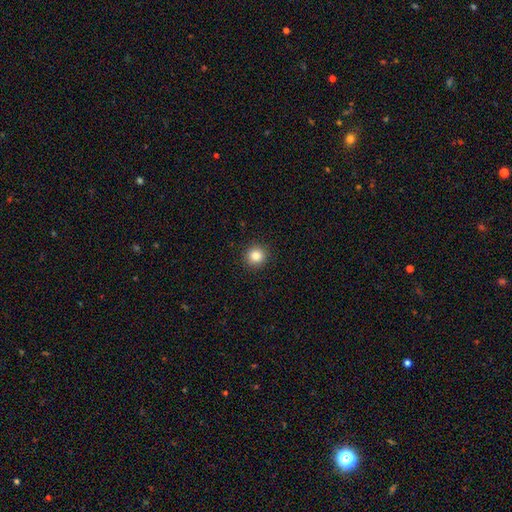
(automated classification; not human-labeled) Morphology: type=smooth (84%); roundness=round (93%); merging=none (92%).